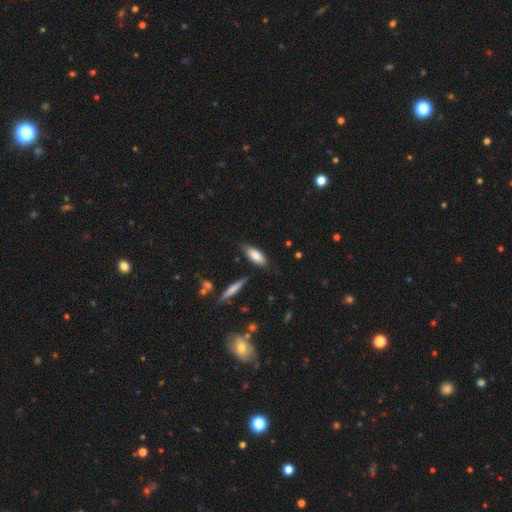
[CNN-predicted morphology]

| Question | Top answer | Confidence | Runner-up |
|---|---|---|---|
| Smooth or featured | smooth | 81% | featured or disk (13%) |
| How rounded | in between | 73% | cigar-shaped (25%) |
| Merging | none | 78% | minor disturbance (16%) |